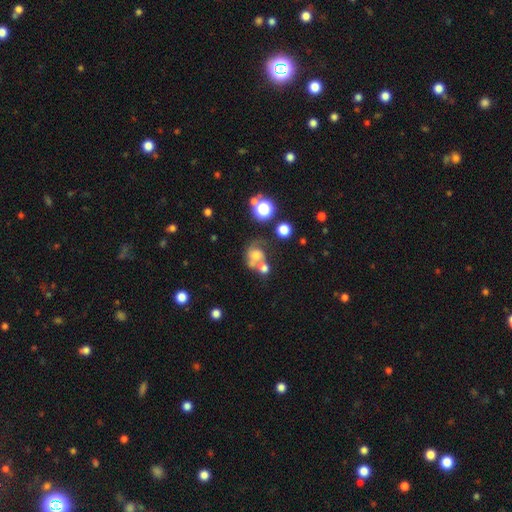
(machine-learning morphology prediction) smooth_or_featured: smooth (p=0.47) [alt: featured or disk p=0.35]
merging: merger (p=0.45) [alt: none p=0.28]